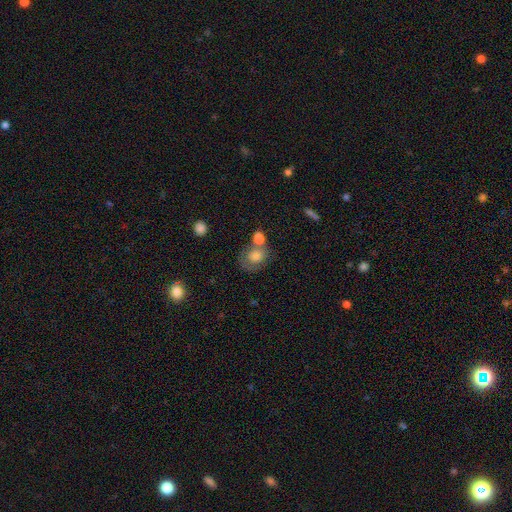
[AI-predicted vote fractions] A smooth galaxy with no disk features (68%) that is round (52%).

Vote fractions:
- Smooth or featured? smooth: 68% / featured or disk: 21% / star or artifact: 11%
- How rounded? round: 52% / in between: 47% / cigar-shaped: 1%
- Merging? none: 38% / merger: 32% / minor disturbance: 17% / major disturbance: 13%